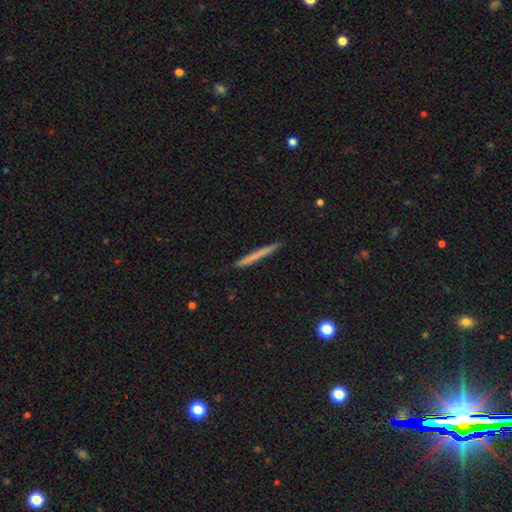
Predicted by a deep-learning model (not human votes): This appears to be a smooth galaxy with no disk features (62%) that is cigar-shaped (97%). Merging: none (90%).